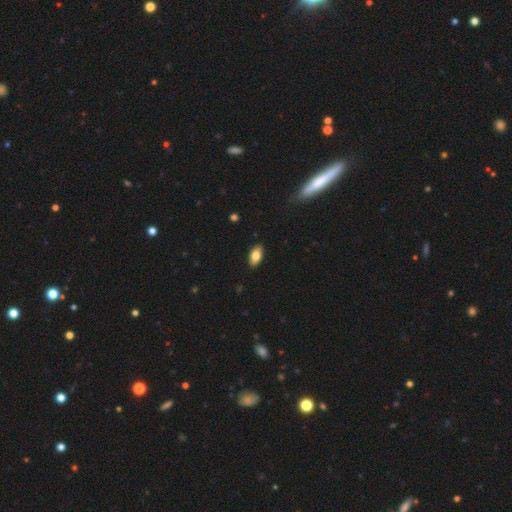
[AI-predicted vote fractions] This appears to be a smooth galaxy with no disk features (81%) that is in between round and cigar-shaped (90%). Merging: none (88%).